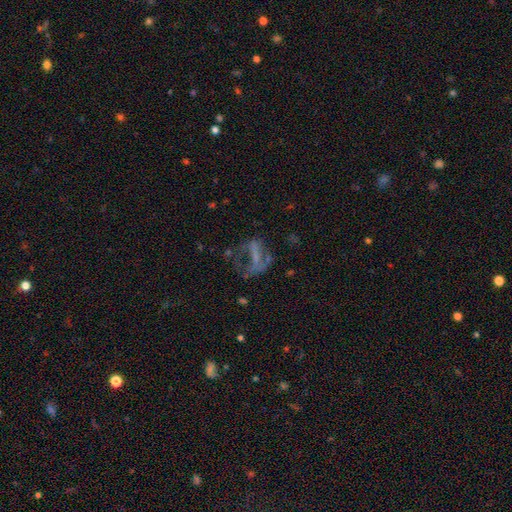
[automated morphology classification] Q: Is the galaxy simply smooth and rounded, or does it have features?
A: featured or disk — 49%.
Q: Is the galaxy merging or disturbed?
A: major disturbance — 47%.